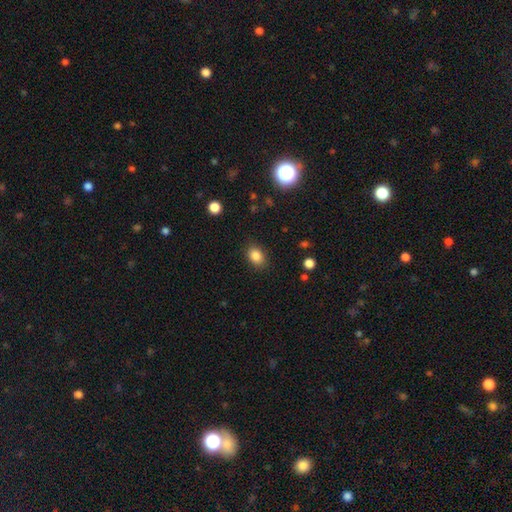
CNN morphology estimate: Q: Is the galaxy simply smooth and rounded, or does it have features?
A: smooth — 85%.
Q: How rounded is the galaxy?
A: in between — 71%.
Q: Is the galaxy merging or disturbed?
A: none — 86%.